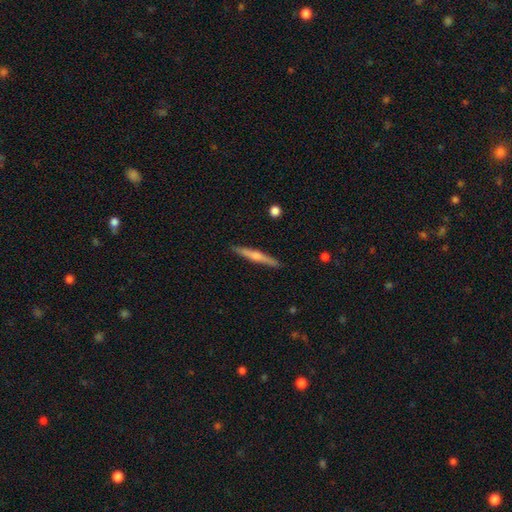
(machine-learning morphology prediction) smooth-or-featured: featured or disk: 63% | smooth: 31% | star or artifact: 6%
  disk-edge-on: yes: 97% | no: 3%
    edge-on-bulge: rounded: 77% | none: 17% | boxy: 6%
  merging: none: 92% | minor disturbance: 6% | major disturbance: 1% | merger: 1%